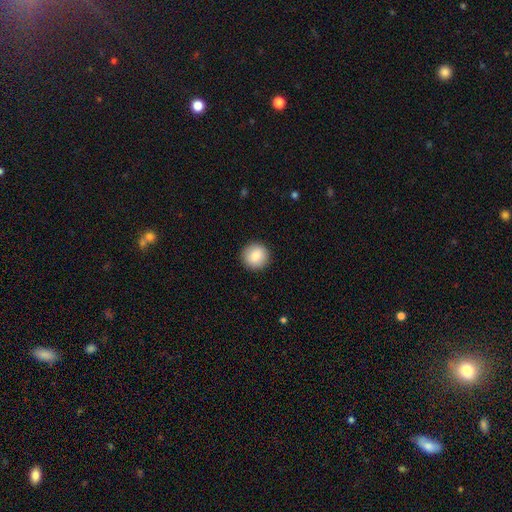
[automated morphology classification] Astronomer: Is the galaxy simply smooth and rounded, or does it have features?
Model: smooth — 83%.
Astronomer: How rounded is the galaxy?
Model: round — 95%.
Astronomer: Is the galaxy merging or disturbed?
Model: none — 92%.